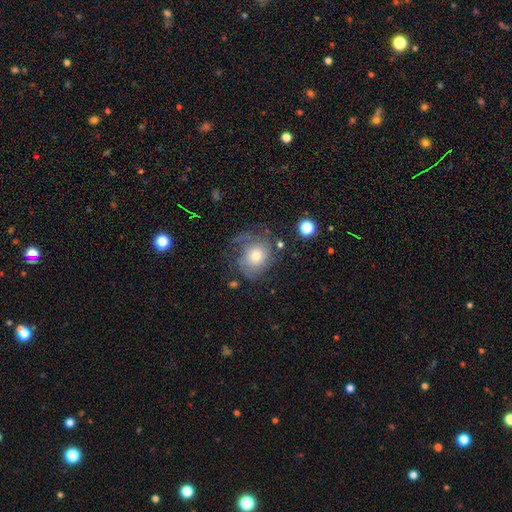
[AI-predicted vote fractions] This appears to be a featured or disk galaxy (62%) with no bar (78%), tight (41%) spiral arms (85%) and a moderate central bulge (59%). Merging: none (55%).